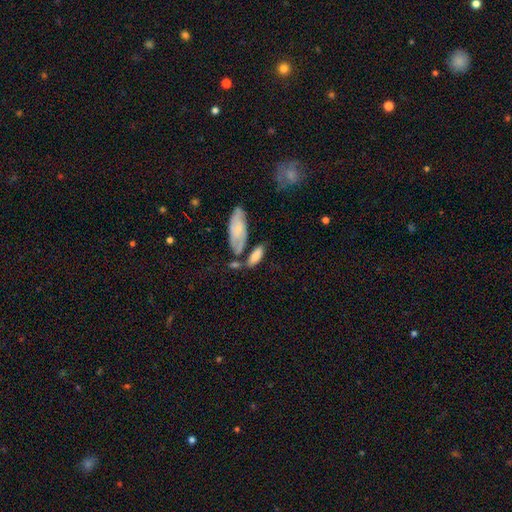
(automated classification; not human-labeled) A smooth galaxy with no disk features (71%) that is in between round and cigar-shaped (70%). Merging: none (50%).